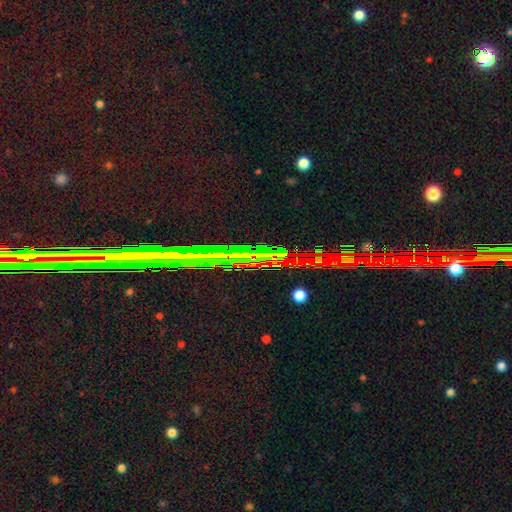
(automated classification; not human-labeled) Smooth or featured: star or artifact — 74% (featured or disk — 17%)